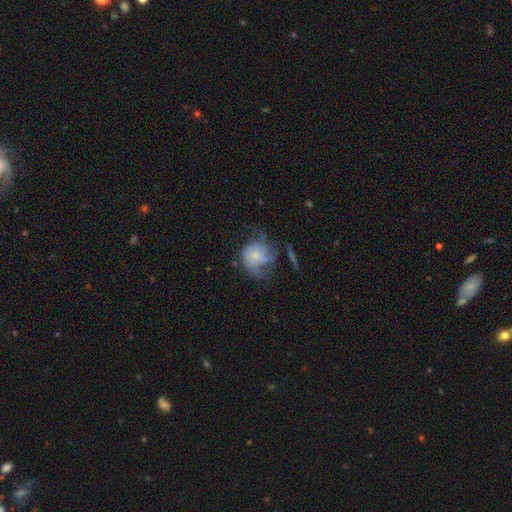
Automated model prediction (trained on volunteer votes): This appears to be a featured or disk galaxy (47%). Merging: major disturbance (37%).